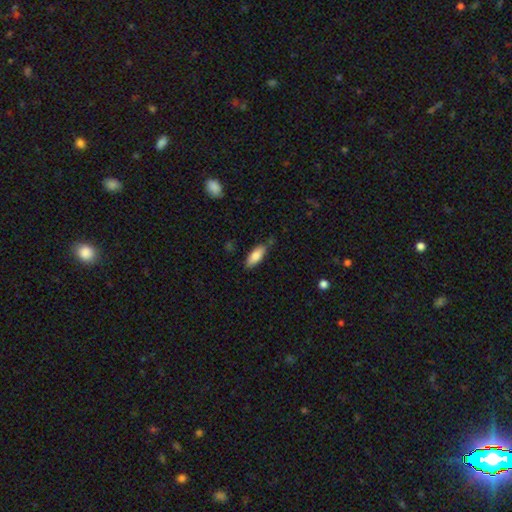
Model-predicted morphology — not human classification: Overall: smooth (81%). How rounded: in between (71%). Merging: none (75%).